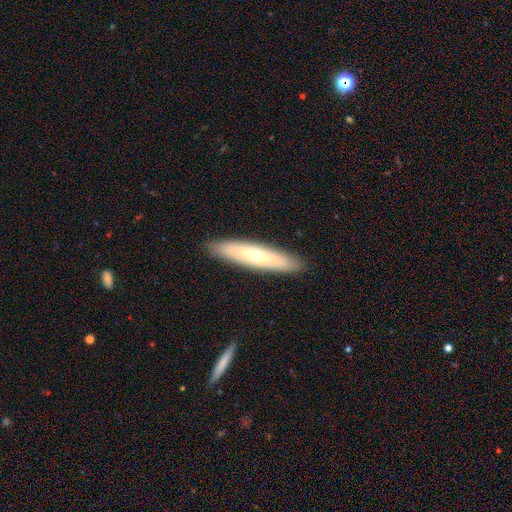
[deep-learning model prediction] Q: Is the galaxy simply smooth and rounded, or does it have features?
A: featured or disk — 47%, tied with smooth.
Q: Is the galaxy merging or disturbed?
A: none — 90%.